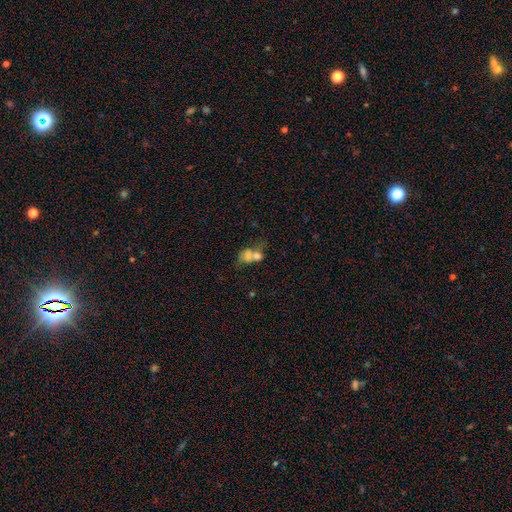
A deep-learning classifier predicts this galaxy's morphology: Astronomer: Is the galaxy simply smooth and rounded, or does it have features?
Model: smooth — 67%.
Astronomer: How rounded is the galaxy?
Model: in between — 59% (runner-up: round, 39%).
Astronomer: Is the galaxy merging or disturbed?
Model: merger — 69%.